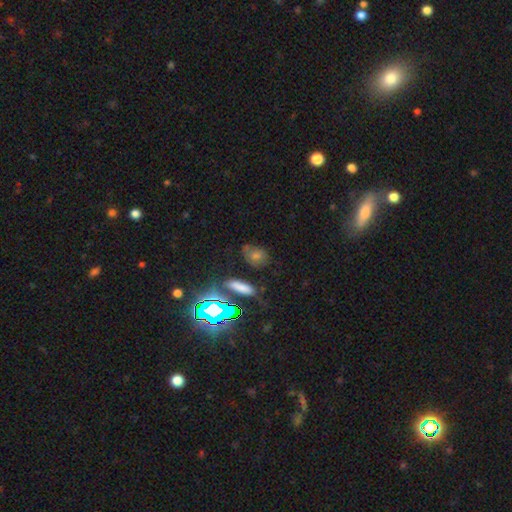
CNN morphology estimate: A smooth galaxy with no disk features (46%). Merging: none (68%).